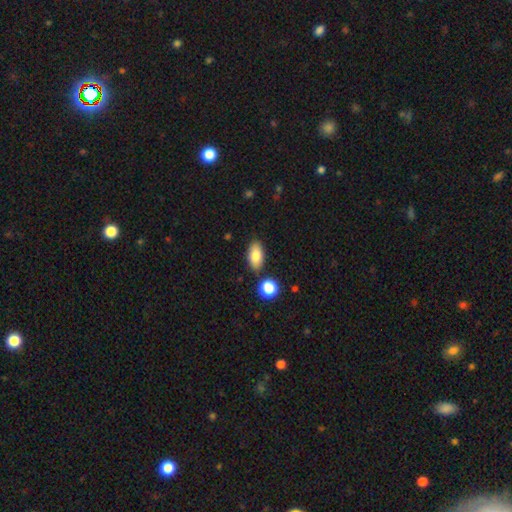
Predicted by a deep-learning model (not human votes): smooth 81%, featured or disk 11%, star or artifact 8%. Down the decision tree: how rounded — in between (90%); merging — none (83%).